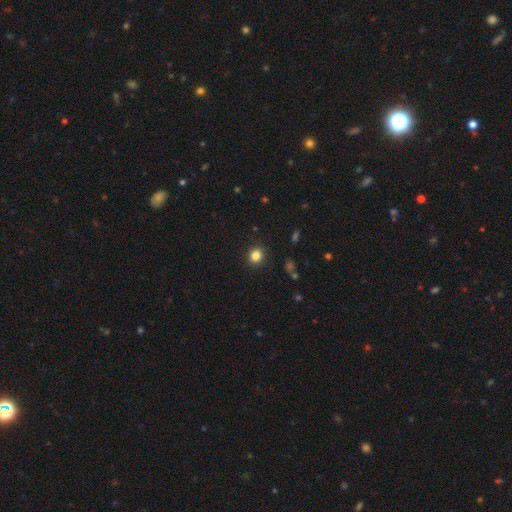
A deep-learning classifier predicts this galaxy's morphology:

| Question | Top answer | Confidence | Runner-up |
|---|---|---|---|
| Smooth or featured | smooth | 83% | star or artifact (12%) |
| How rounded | round | 84% | in between (15%) |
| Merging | none | 91% | minor disturbance (6%) |